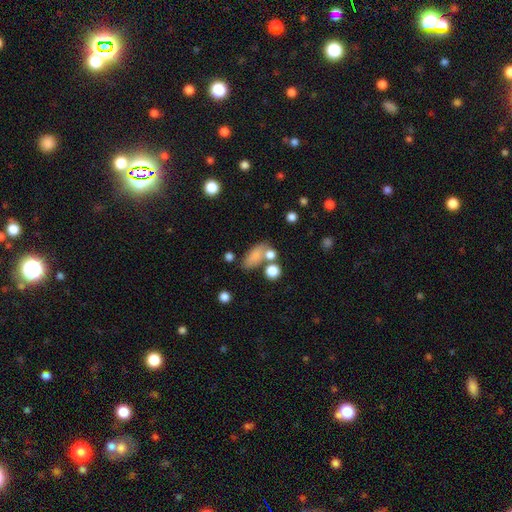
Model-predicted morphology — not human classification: This is likely a smooth galaxy (77%). How rounded: likely in between (78%). Merging: possibly none (54%).